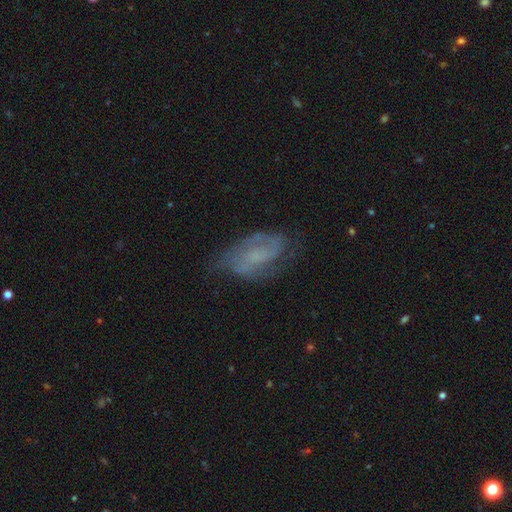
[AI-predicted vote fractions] A featured or disk galaxy (61%) with no bar (51%), spiral arms (82%) and no central bulge (47%). Merging: none (62%).